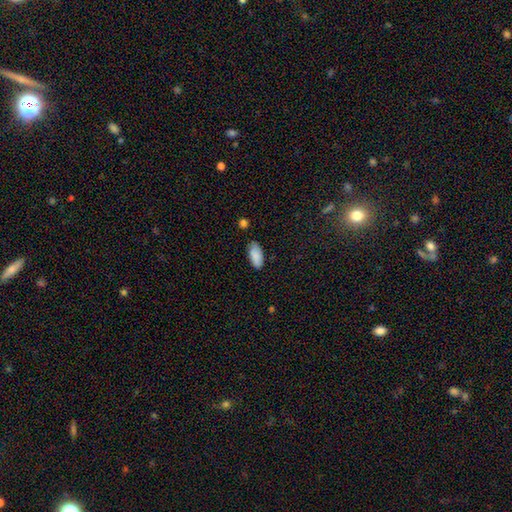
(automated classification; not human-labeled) Morphology: type=smooth (88%); roundness=in between (88%); merging=none (81%).